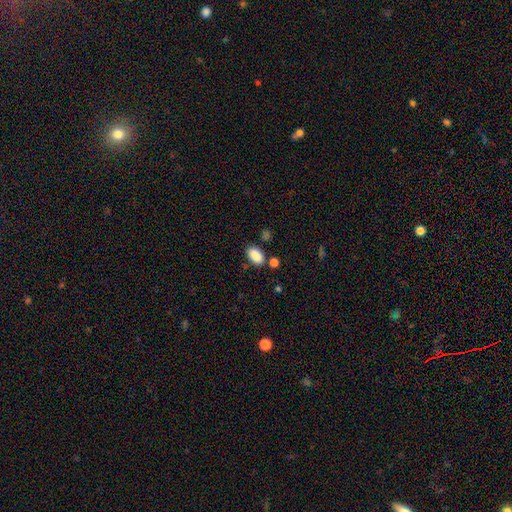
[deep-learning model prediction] Overall: smooth (88%). How rounded: in between (92%). Merging: none (76%).